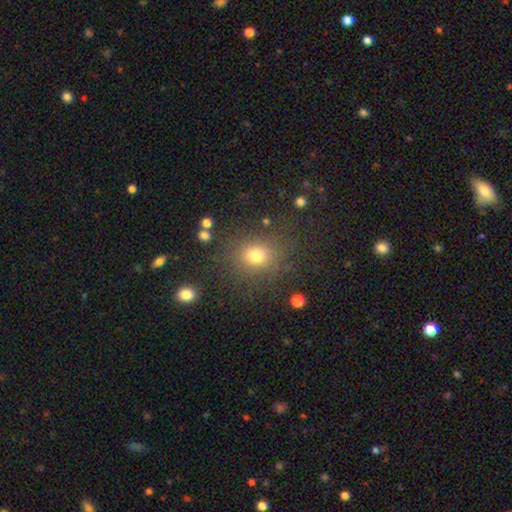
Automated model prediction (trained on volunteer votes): Morphology: type=smooth (72%); roundness=round (73%); merging=none (80%).